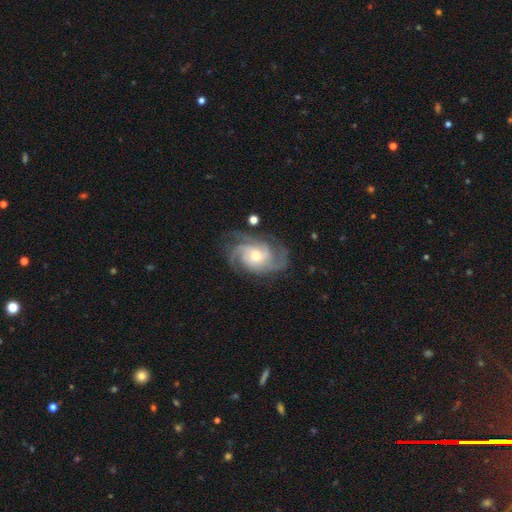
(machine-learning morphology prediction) Overall: featured or disk (90%). Edge-on disk: no (97%). Bar: no (69%). Spiral arms: yes (98%). Spiral arm count: 3 (44%; 4 20%). Spiral winding: tight (51%; medium 40%). Bulge size: moderate (59%; small 34%). Merging: none (74%).